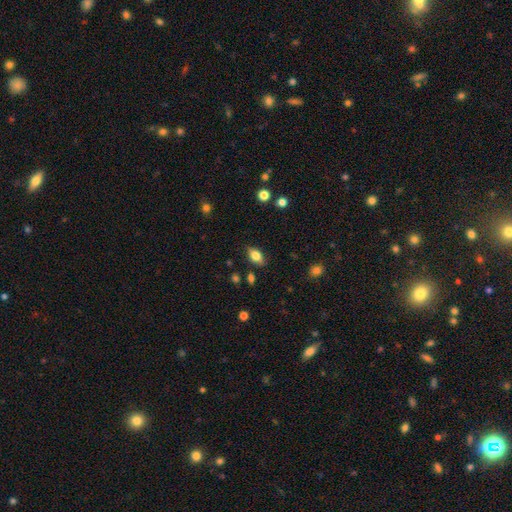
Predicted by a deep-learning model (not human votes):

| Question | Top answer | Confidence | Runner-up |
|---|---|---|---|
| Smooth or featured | smooth | 76% | featured or disk (15%) |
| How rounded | in between | 88% | round (7%) |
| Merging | none | 84% | minor disturbance (12%) |